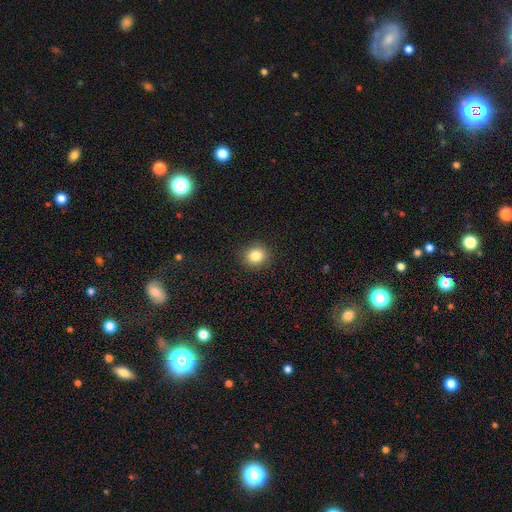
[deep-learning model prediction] Smooth or featured?
  - smooth: 84% *
  - star or artifact: 11%
  - featured or disk: 6%
How rounded?
  - round: 84% *
  - in between: 15%
  - cigar-shaped: 1%
Merging?
  - none: 91% *
  - minor disturbance: 6%
  - major disturbance: 2%
  - merger: 1%